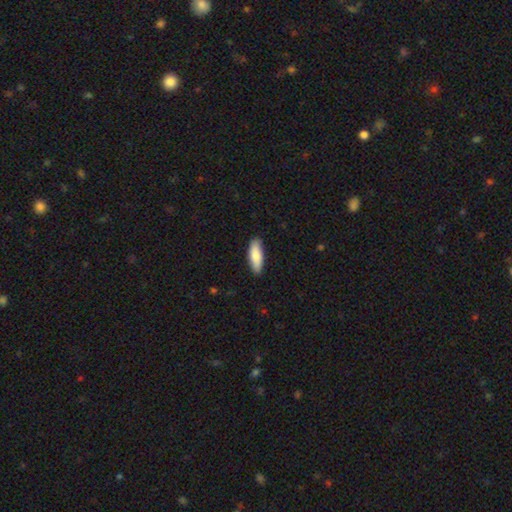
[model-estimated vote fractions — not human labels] Smooth or featured? Predicted: smooth (p=0.84). How rounded? Predicted: in between (p=0.61). Merging? Predicted: none (p=0.87).